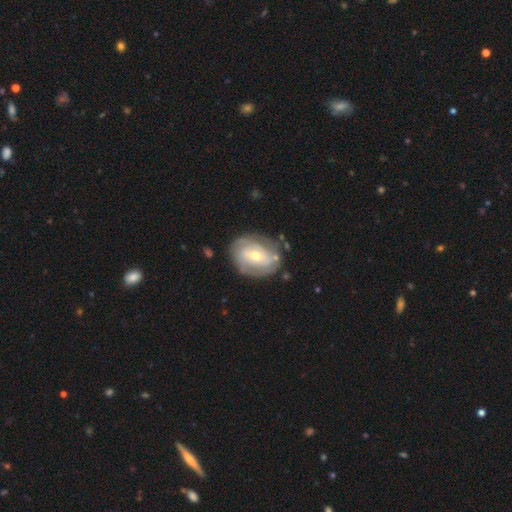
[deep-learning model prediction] smooth-or-featured: featured or disk: 72% | smooth: 22% | star or artifact: 6%
  disk-edge-on: no: 96% | yes: 4%
    bar: weak: 41% | no: 38% | strong: 21%
    has-spiral-arms: yes: 80% | no: 20%
      spiral-winding: tight: 55% | medium: 32% | loose: 12%
      spiral-arm-count: 2: 44% | can't tell: 32% | 3: 13% | 1: 4% | 4: 4% | more than 4: 3%
    bulge-size: moderate: 57% | small: 39% | large: 3% | none: 1% | dominant: 1%
  merging: none: 72% | minor disturbance: 18% | major disturbance: 7% | merger: 3%